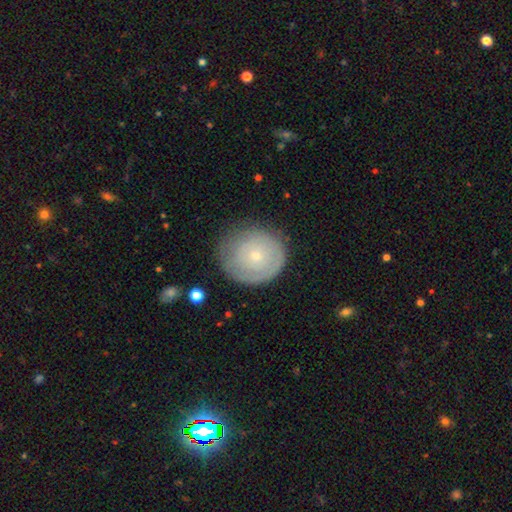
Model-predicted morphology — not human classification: type=smooth (47%); merging=none (74%).